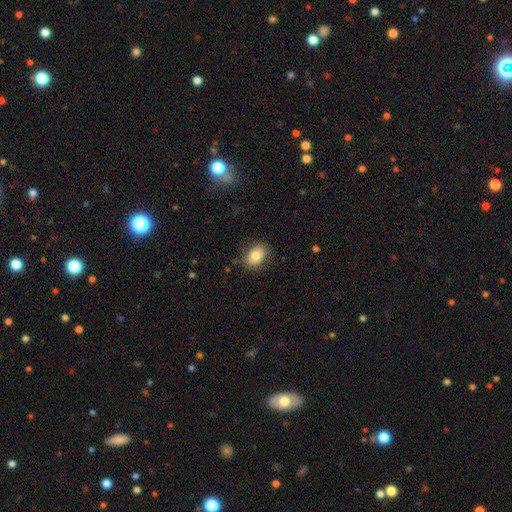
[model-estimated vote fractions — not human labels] Morphology: type=smooth (80%); roundness=in between (79%); merging=none (83%).